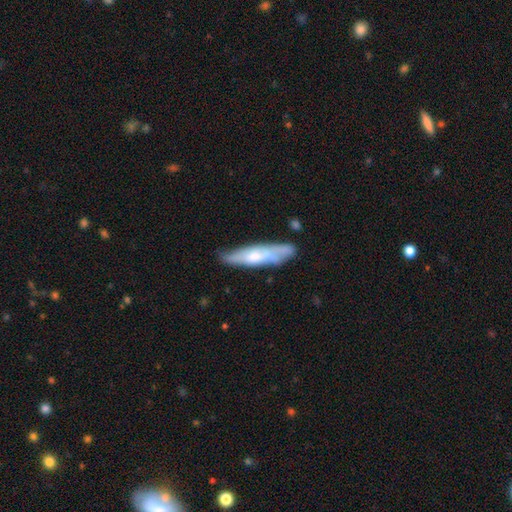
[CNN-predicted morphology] smooth 51%, featured or disk 43%, star or artifact 6%. Down the decision tree: how rounded — cigar-shaped (77%); merging — none (68%).